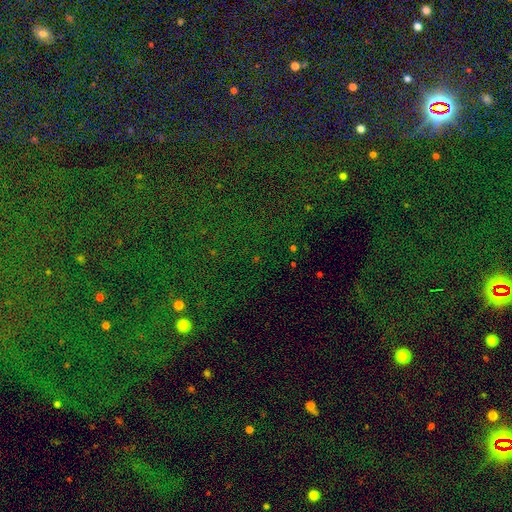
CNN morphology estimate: Smooth or featured? star or artifact (84%)